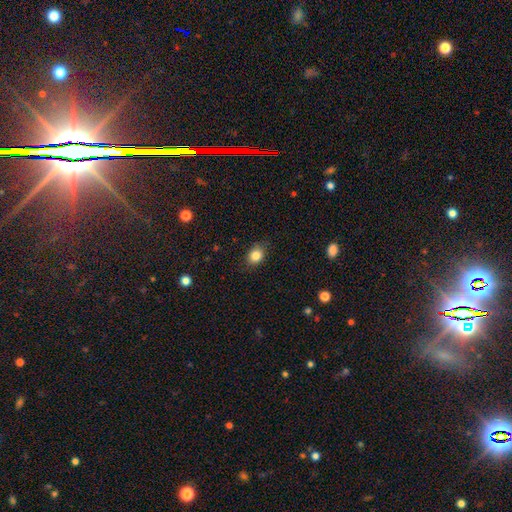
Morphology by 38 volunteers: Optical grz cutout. It shows a smooth galaxy with no disk features (87%) that is in between round and cigar-shaped (70%). Merging: none (81%).